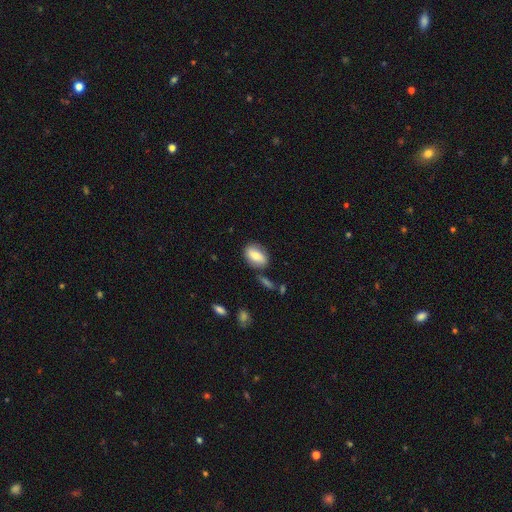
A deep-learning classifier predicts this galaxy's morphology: Smooth or featured?
  - smooth: 73% *
  - featured or disk: 19%
  - star or artifact: 7%
How rounded?
  - in between: 84% *
  - round: 13%
  - cigar-shaped: 3%
Merging?
  - none: 75% *
  - minor disturbance: 16%
  - merger: 5%
  - major disturbance: 4%